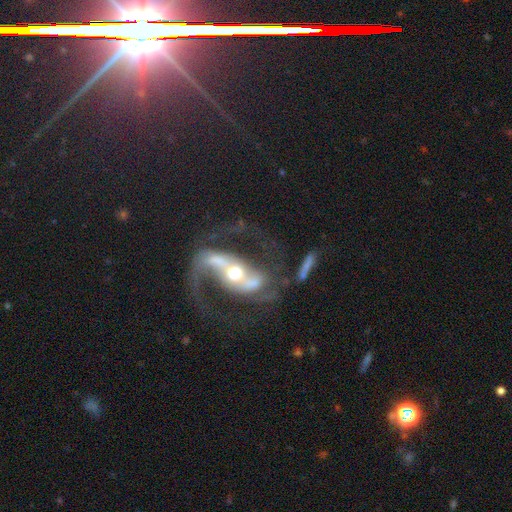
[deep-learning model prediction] Q: Smooth or featured?
A: featured or disk (84%); runner-up: smooth (8%)
Q: Edge-on disk?
A: no (95%); runner-up: yes (5%)
Q: Bar?
A: strong (42%); runner-up: no (32%)
Q: Spiral arms?
A: yes (91%); runner-up: no (9%)
Q: Spiral winding?
A: loose (44%); tied with: medium (44%)
Q: Spiral arm count?
A: 2 (87%); runner-up: 1 (6%)
Q: Bulge size?
A: moderate (62%); runner-up: small (24%)
Q: Merging?
A: none (42%); runner-up: merger (27%)